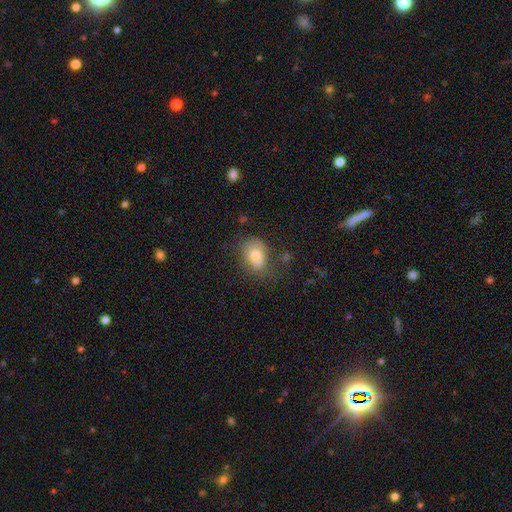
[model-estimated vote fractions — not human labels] This appears to be a smooth galaxy with no disk features (77%) that is in between round and cigar-shaped (78%). Merging: none (57%).